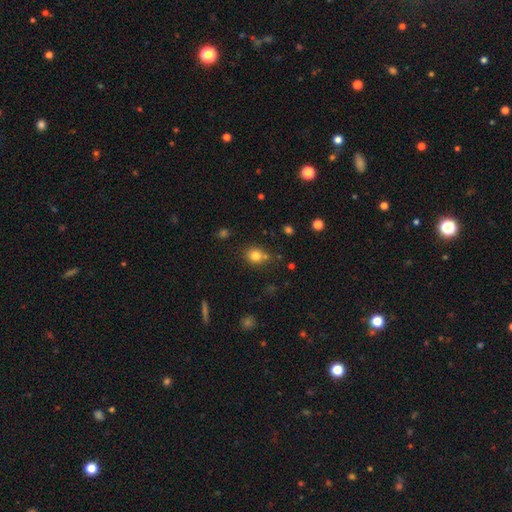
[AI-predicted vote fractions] smooth_or_featured: smooth (p=0.79) [alt: star or artifact p=0.13]
how_rounded: round (p=0.77) [alt: in between p=0.22]
merging: none (p=0.66) [alt: merger p=0.16]